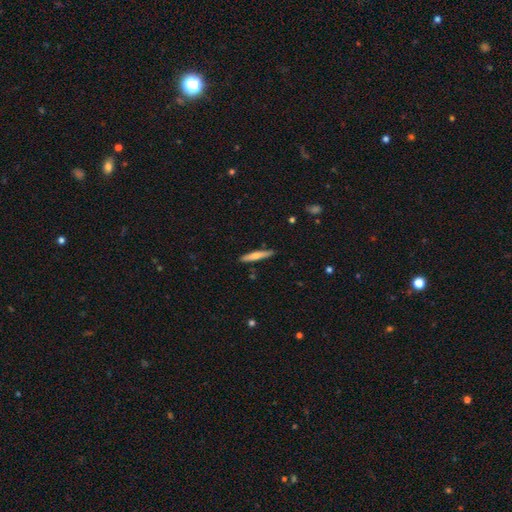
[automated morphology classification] A smooth galaxy with no disk features (61%) that is cigar-shaped (93%). Merging: none (88%).